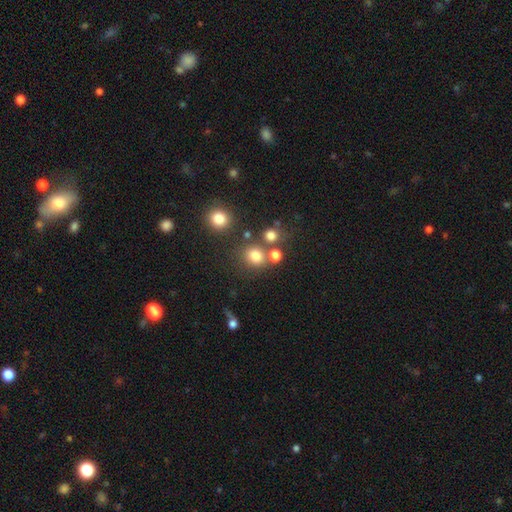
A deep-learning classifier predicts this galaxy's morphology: This appears to be a smooth galaxy with no disk features (76%) that is round (79%). Merging: none (68%).